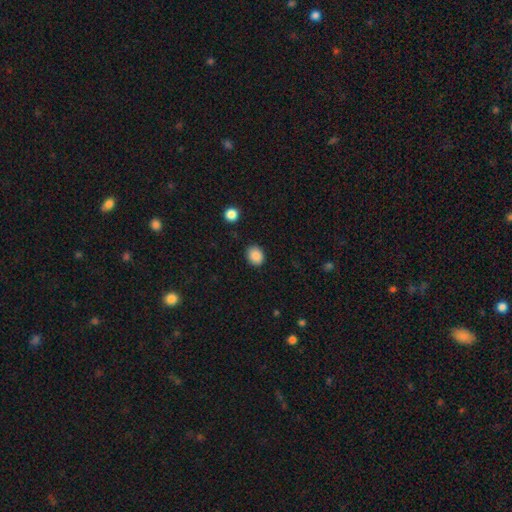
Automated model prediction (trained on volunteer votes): This appears to be a smooth galaxy with no disk features (88%) that is round (52%). Merging: none (88%).